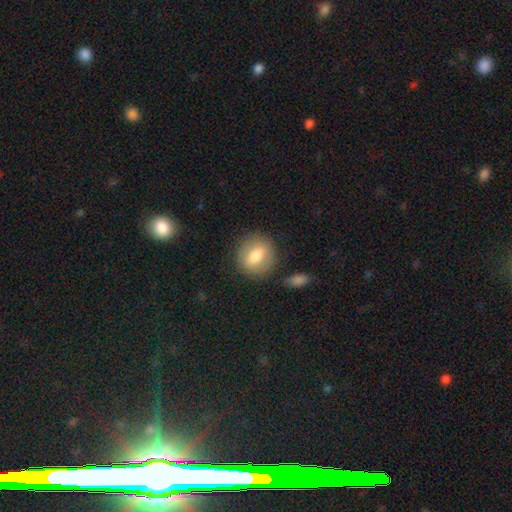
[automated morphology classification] This appears to be a smooth galaxy with no disk features (72%) that is round (71%). Merging: none (83%).